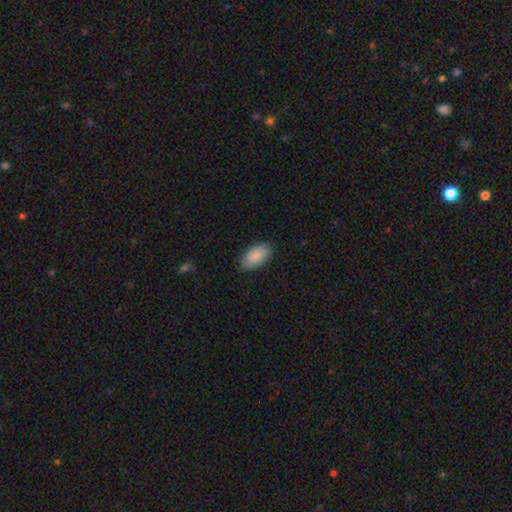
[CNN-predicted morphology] This is clearly a smooth galaxy (89%). How rounded: clearly in between (95%). Merging: clearly none (86%).